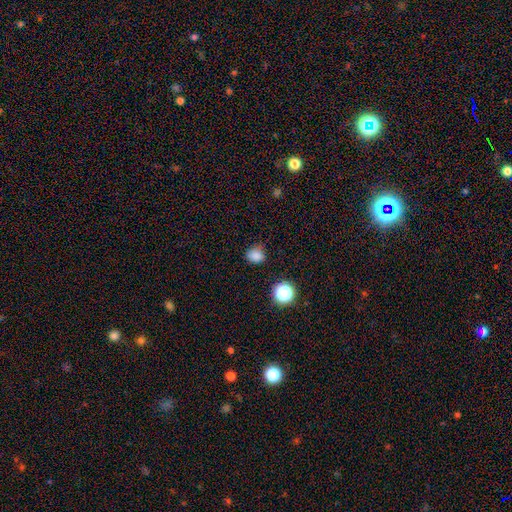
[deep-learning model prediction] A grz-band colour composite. It shows a smooth galaxy with no disk features (81%) that is round (68%). Merging: none (72%).